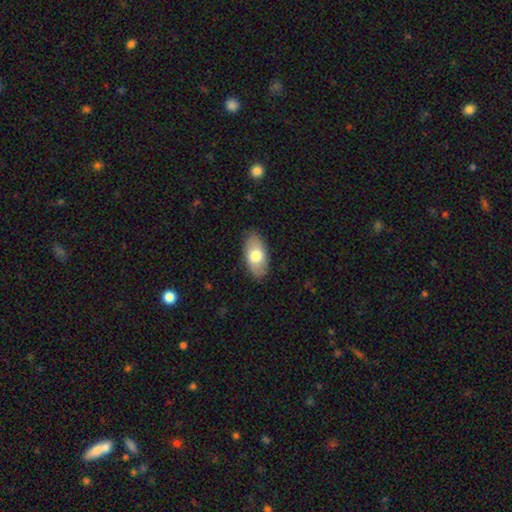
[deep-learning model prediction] smooth 73%, featured or disk 21%, star or artifact 6%. Down the decision tree: how rounded — in between (92%); merging — none (86%).